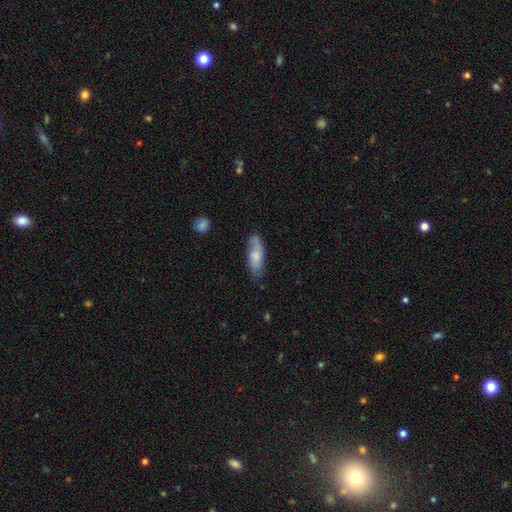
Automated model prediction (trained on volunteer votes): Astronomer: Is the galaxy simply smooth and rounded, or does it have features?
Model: smooth — 63%.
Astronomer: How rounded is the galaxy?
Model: in between — 68%.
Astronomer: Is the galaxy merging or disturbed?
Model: none — 68%.